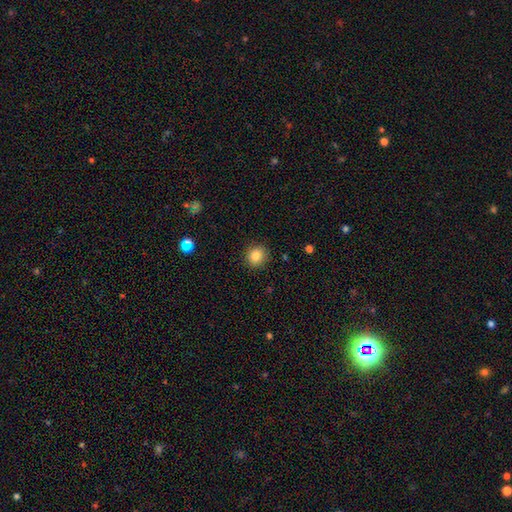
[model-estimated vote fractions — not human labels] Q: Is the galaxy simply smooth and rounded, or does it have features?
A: smooth — 85%.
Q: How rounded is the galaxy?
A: round — 85%.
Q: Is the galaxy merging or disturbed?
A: none — 89%.